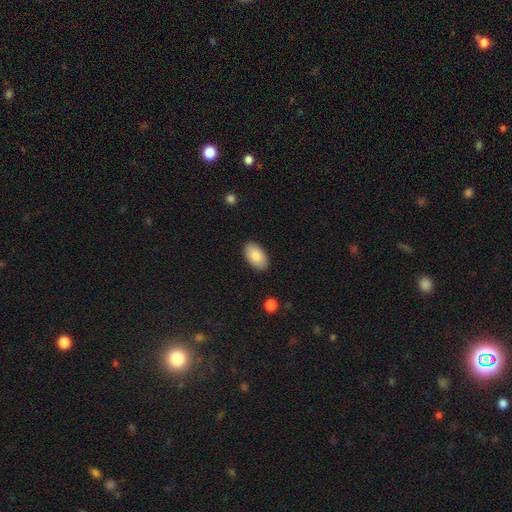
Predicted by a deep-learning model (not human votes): This appears to be a smooth galaxy with no disk features (86%) that is in between round and cigar-shaped (95%). Merging: none (88%).